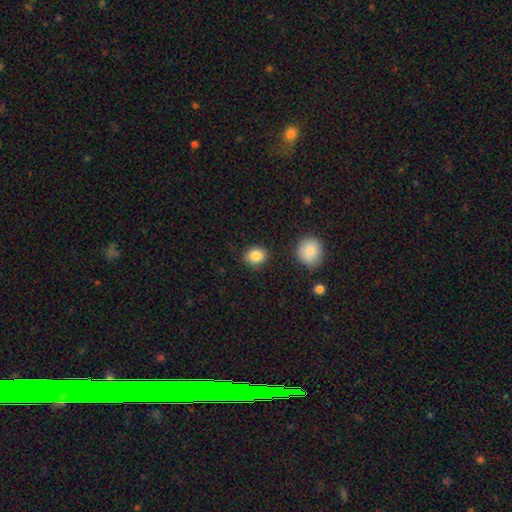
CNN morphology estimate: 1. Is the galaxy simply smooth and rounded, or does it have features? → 86% smooth, 9% star or artifact, 5% featured or disk.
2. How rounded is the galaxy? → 62% round, 37% in between, 1% cigar-shaped.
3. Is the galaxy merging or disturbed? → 86% none, 9% minor disturbance, 3% merger, 2% major disturbance.